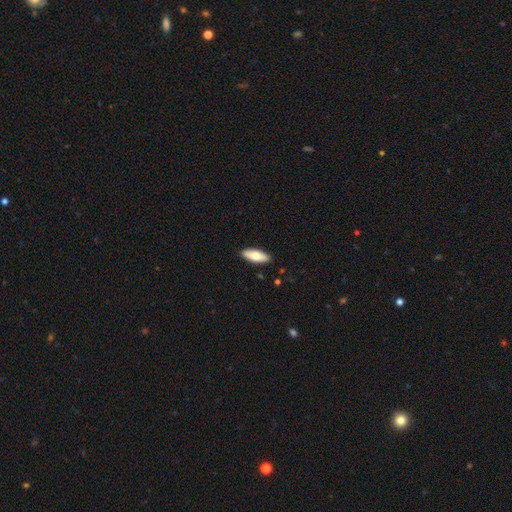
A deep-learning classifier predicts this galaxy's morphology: This appears to be a smooth galaxy with no disk features (73%) that is in between round and cigar-shaped (73%). Merging: none (90%).